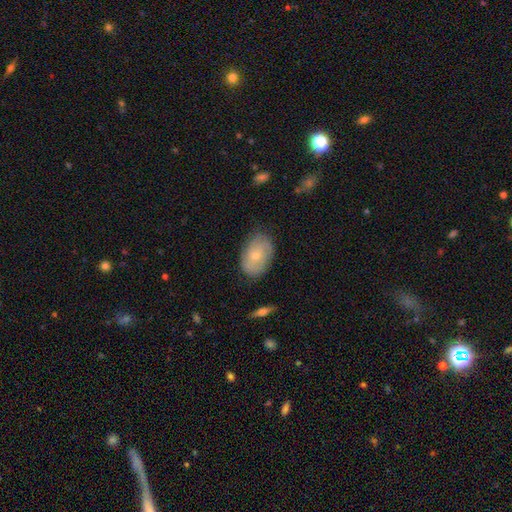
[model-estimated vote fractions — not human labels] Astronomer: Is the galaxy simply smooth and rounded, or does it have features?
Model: smooth — 56% (runner-up: featured or disk, 37%).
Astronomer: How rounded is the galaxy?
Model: in between — 84%.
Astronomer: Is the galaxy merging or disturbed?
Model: none — 76%.